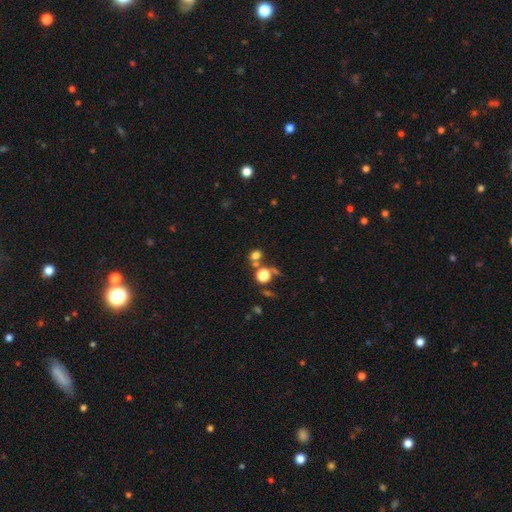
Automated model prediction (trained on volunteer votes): smooth 69%, star or artifact 23%, featured or disk 8%. Down the decision tree: how rounded — round (76%); merging — none (60%).